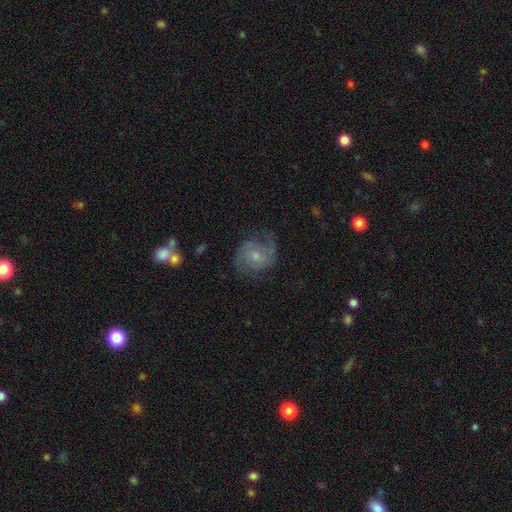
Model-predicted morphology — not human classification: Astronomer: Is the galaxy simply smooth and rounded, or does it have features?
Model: featured or disk — 69%.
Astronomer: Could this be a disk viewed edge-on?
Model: no — 98%.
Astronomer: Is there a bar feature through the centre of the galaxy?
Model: no — 56% (runner-up: weak, 38%).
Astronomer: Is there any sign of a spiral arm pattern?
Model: yes — 90%.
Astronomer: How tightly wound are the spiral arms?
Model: medium — 46% (runner-up: loose, 31%).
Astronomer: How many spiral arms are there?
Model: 2 — 72%.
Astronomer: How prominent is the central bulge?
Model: small — 52% (runner-up: moderate, 39%).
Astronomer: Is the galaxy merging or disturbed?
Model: none — 60%.